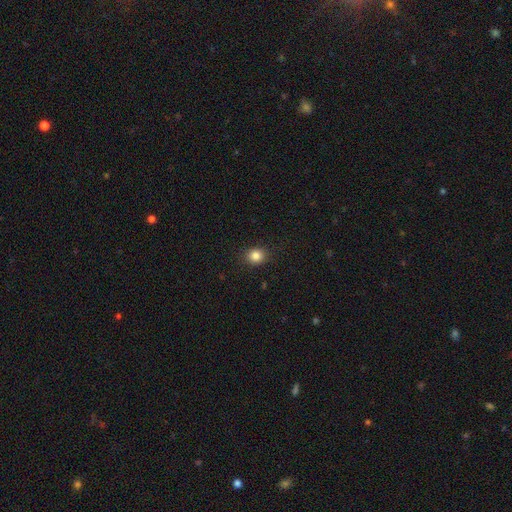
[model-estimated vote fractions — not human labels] Overall: smooth (85%). How rounded: round (75%). Merging: none (90%).